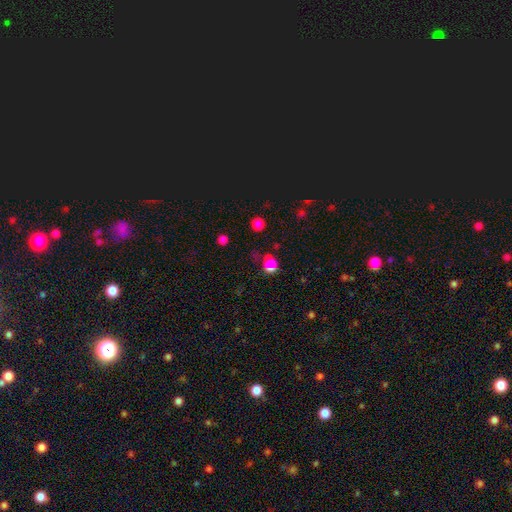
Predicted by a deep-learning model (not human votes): smooth-or-featured: smooth: 57% | star or artifact: 31% | featured or disk: 12%
  how-rounded: round: 69% | in between: 29% | cigar-shaped: 2%
  merging: none: 51% | merger: 26% | minor disturbance: 13% | major disturbance: 10%